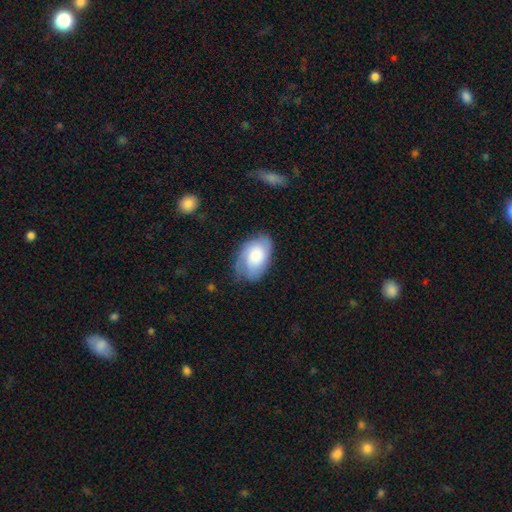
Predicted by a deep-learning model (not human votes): smooth_or_featured: smooth (p=0.64) [alt: featured or disk p=0.29]
how_rounded: in between (p=0.90) [alt: round p=0.09]
merging: none (p=0.63) [alt: minor disturbance p=0.27]